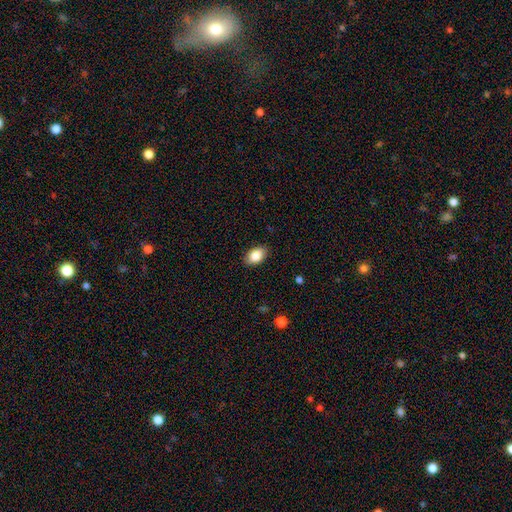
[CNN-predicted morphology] This appears to be a smooth galaxy with no disk features (85%) that is in between round and cigar-shaped (88%). Merging: none (86%).